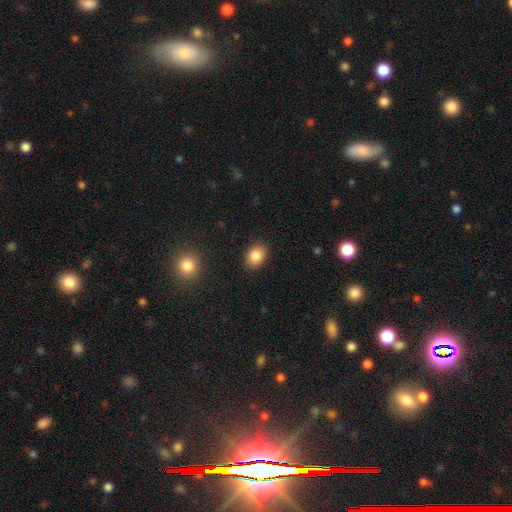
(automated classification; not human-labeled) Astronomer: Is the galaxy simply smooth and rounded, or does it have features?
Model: smooth — 86%.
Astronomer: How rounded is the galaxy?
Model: in between — 65%.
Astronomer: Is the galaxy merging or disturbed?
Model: none — 88%.